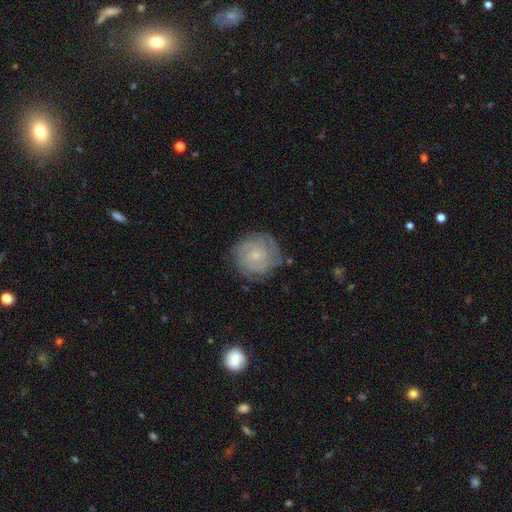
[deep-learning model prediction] Morphology: type=featured or disk (76%); edge-on=no (98%); bar=no (75%); spiral arms=yes (94%); winding=tight (74%); arm count=can't tell (32%); bulge=small (79%); merging=none (77%).